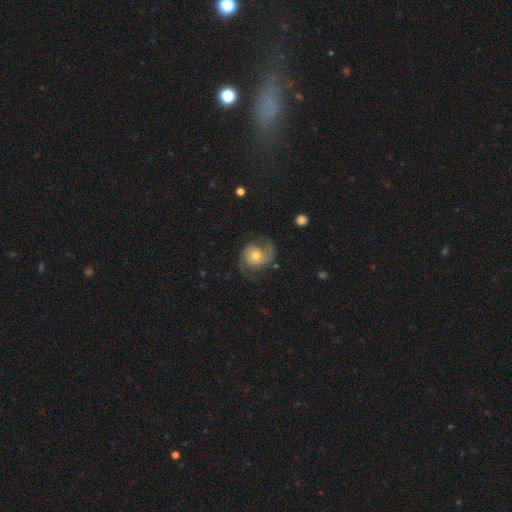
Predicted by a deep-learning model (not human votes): Overall: featured or disk (78%). Edge-on disk: no (98%). Bar: no (71%). Spiral arms: yes (94%). Spiral arm count: 2 (82%). Spiral winding: medium (47%; loose 31%). Bulge size: moderate (48%; small 44%). Merging: none (65%).